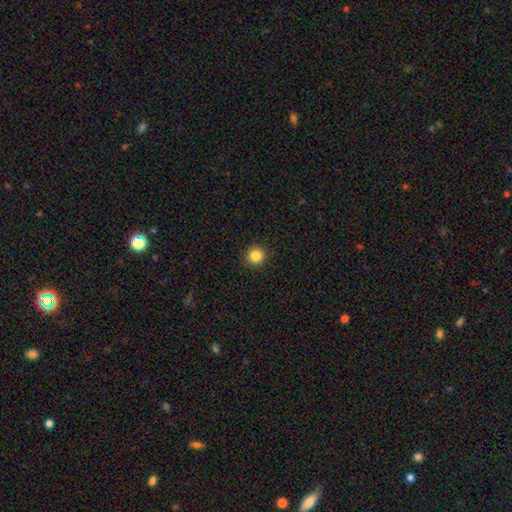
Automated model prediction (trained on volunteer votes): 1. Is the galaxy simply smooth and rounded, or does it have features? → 85% smooth, 11% star or artifact, 4% featured or disk.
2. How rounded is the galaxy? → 95% round, 4% in between, 1% cigar-shaped.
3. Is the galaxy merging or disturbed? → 92% none, 5% minor disturbance, 2% major disturbance, 1% merger.